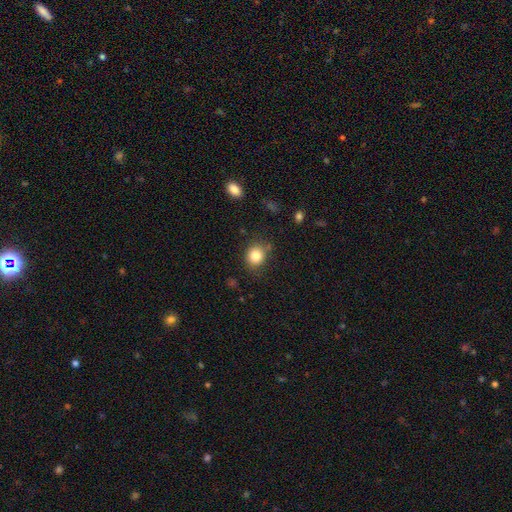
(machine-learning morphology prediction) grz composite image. It shows a smooth galaxy with no disk features (82%) that is round (72%). Merging: none (77%).